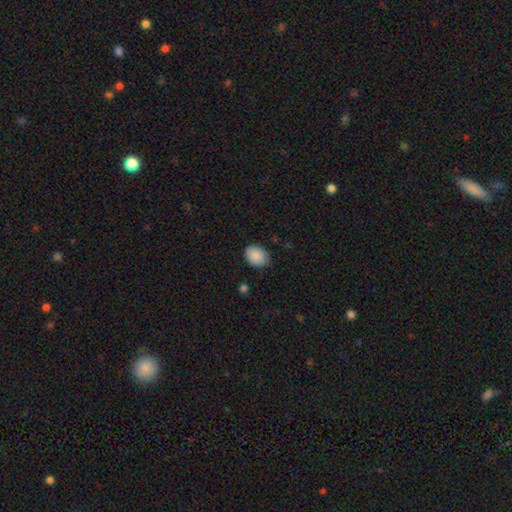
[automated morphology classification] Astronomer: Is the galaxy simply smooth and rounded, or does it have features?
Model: smooth — 89%.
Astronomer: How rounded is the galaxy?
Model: in between — 68%.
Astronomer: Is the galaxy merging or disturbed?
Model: none — 80%.